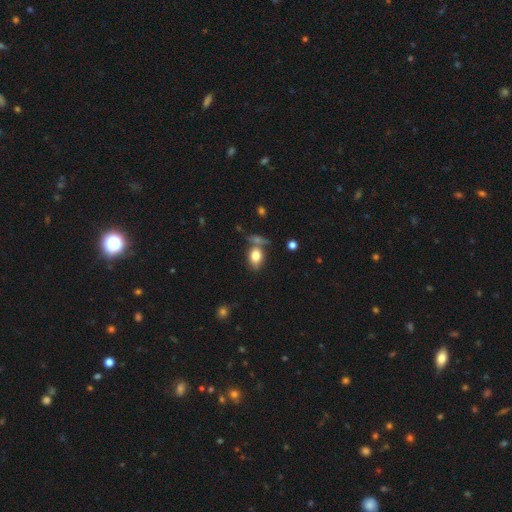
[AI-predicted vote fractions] smooth 80%, featured or disk 11%, star or artifact 9%. Down the decision tree: how rounded — in between (77%); merging — none (54%).